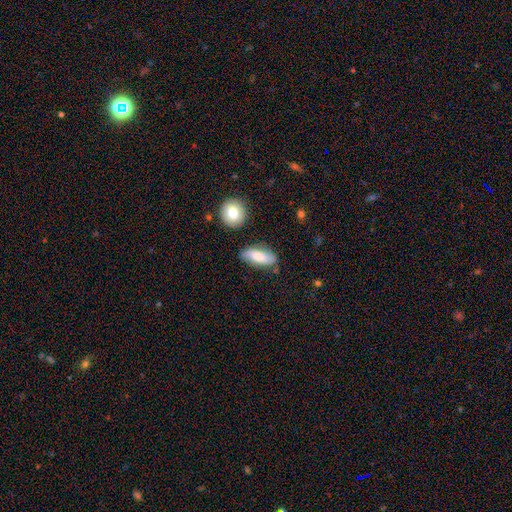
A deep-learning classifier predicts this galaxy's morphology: Smooth or featured? smooth (69%)
How rounded? in between (77%)
Merging? none (74%)